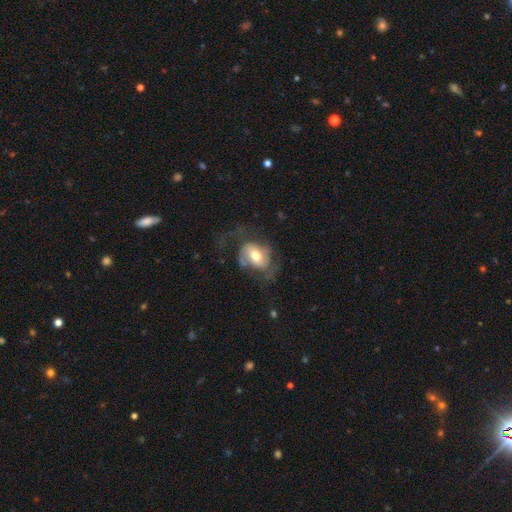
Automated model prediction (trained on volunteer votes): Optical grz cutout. It shows a featured or disk galaxy (54%) with no bar (54%), spiral arms (74%) and a moderate central bulge (65%). Merging: none (42%).